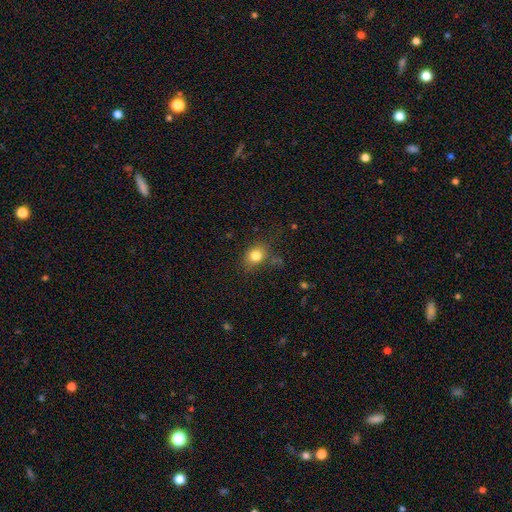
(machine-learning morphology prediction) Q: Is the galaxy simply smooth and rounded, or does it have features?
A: smooth — 80%.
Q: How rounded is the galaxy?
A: round — 56%.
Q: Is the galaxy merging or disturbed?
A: none — 72%.